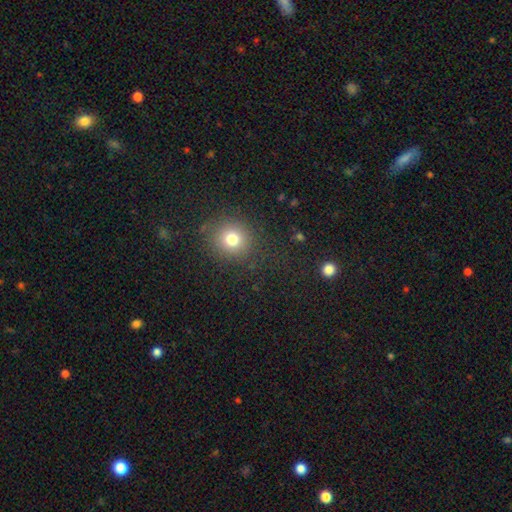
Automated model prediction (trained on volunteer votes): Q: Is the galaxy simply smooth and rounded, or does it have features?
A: smooth — 65%.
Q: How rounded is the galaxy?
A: round — 89%.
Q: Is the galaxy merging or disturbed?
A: none — 89%.